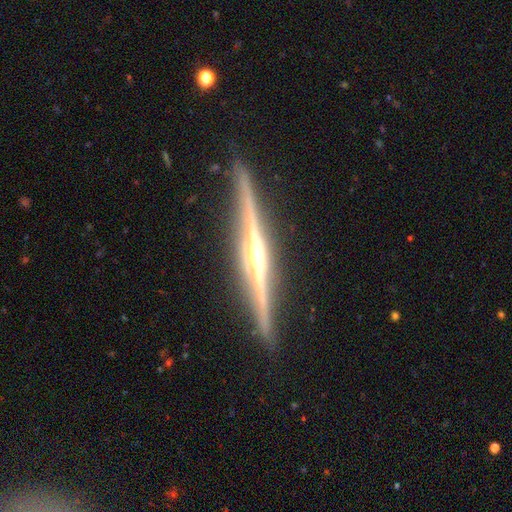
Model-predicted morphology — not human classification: This appears to be a featured or disk galaxy (89%) viewed edge-on (98%) with a rounded central bulge (82%). Merging: none (90%).